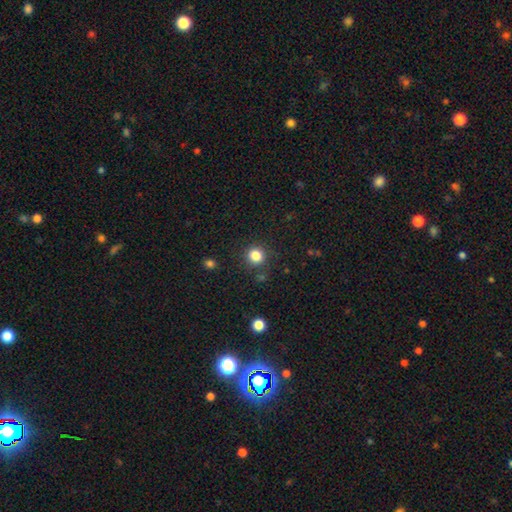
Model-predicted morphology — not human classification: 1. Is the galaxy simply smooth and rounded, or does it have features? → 83% smooth, 12% star or artifact, 5% featured or disk.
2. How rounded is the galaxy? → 88% round, 11% in between, 1% cigar-shaped.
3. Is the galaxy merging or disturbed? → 85% none, 9% minor disturbance, 3% major disturbance, 3% merger.